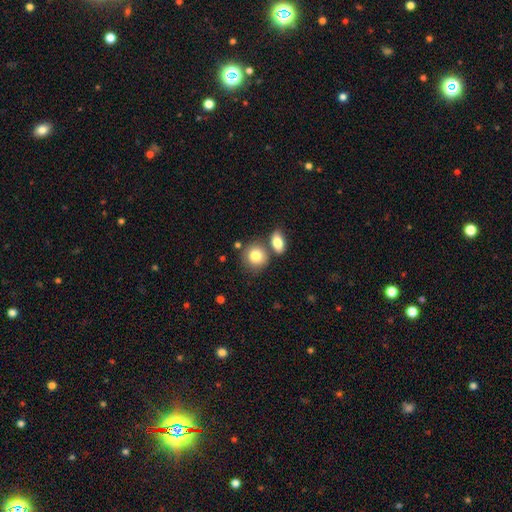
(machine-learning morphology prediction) Q: Smooth or featured?
A: smooth (81%); runner-up: featured or disk (11%)
Q: How rounded?
A: round (80%); runner-up: in between (19%)
Q: Merging?
A: none (63%); runner-up: merger (23%)